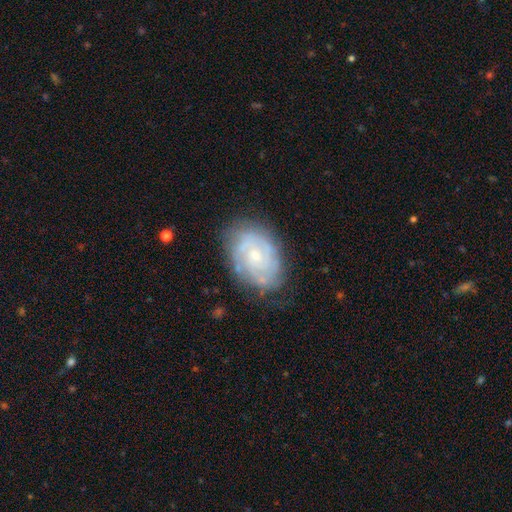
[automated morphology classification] This appears to be a featured or disk galaxy (76%) with no bar (72%), tight (67%) spiral arms (88%) and a small central bulge (57%). Merging: none (72%).